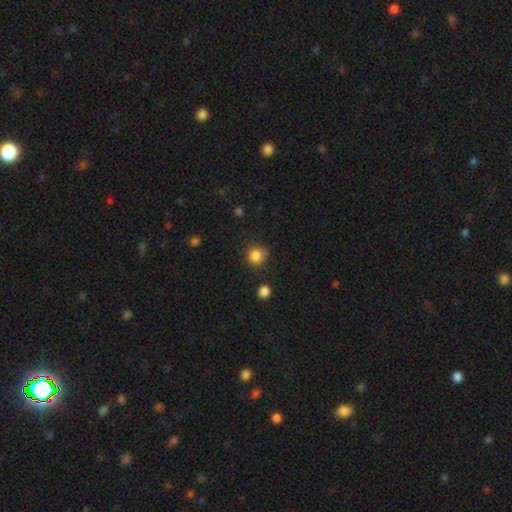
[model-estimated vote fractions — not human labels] This appears to be a smooth galaxy with no disk features (85%) that is round (90%). Merging: none (81%).